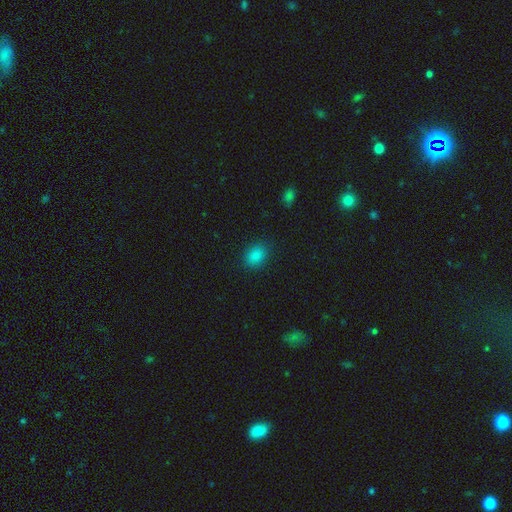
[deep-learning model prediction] Smooth or featured: smooth — 84% (star or artifact — 12%)
How rounded: in between — 69% (round — 30%)
Merging: none — 86% (minor disturbance — 10%)